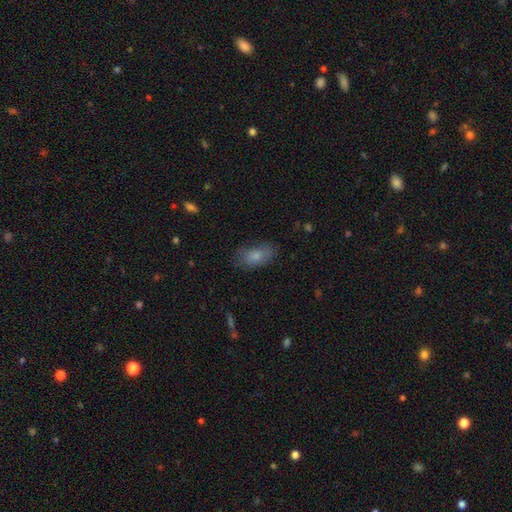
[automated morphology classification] Q: Smooth or featured?
A: smooth (81%); runner-up: featured or disk (12%)
Q: How rounded?
A: in between (90%); runner-up: round (5%)
Q: Merging?
A: none (70%); runner-up: minor disturbance (22%)